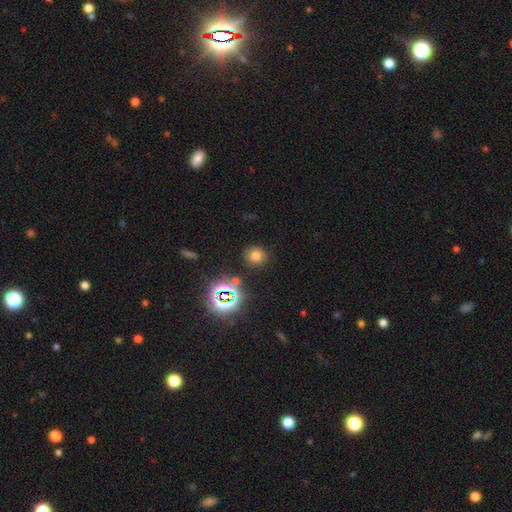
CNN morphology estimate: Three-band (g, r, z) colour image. It shows a smooth galaxy with no disk features (68%) that is round (84%). Merging: none (84%).